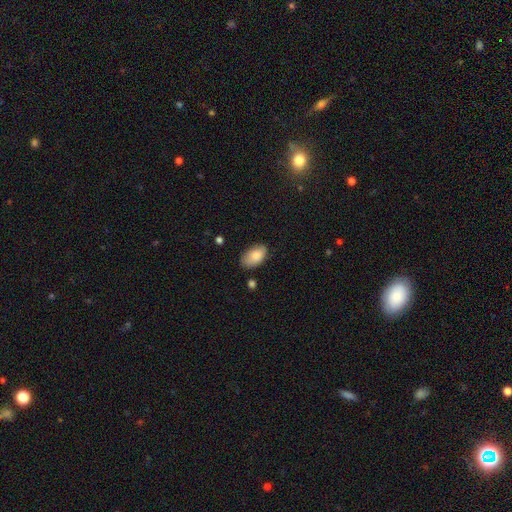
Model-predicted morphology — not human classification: This is clearly a smooth galaxy (84%). How rounded: clearly in between (93%). Merging: likely none (70%).